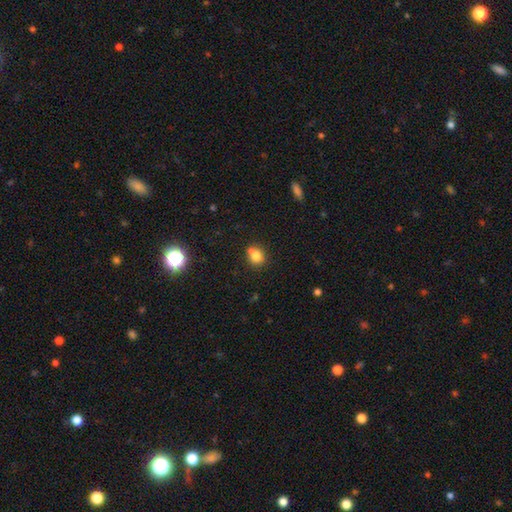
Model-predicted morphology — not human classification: Smooth or featured: smooth — 78% (star or artifact — 12%)
How rounded: round — 78% (in between — 21%)
Merging: none — 59% (merger — 24%)